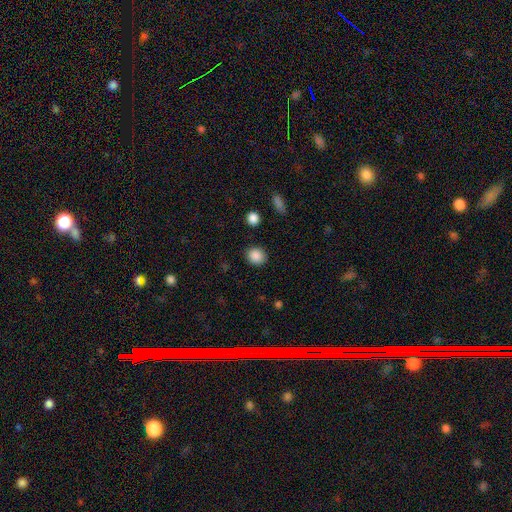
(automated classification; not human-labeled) This is clearly a smooth galaxy (88%). How rounded: likely round (72%). Merging: clearly none (87%).